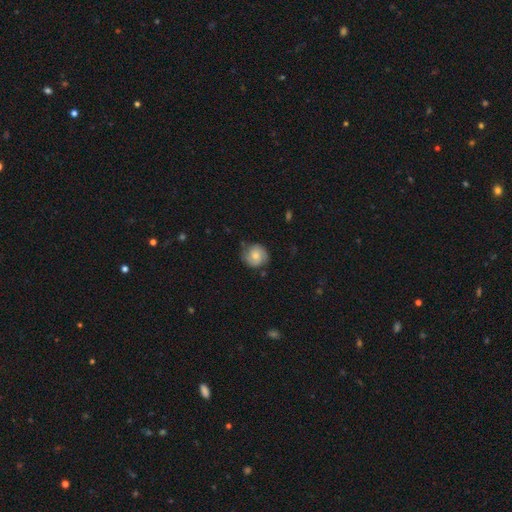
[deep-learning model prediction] smooth 55%, featured or disk 37%, star or artifact 8%. Down the decision tree: how rounded — round (87%); merging — none (71%).